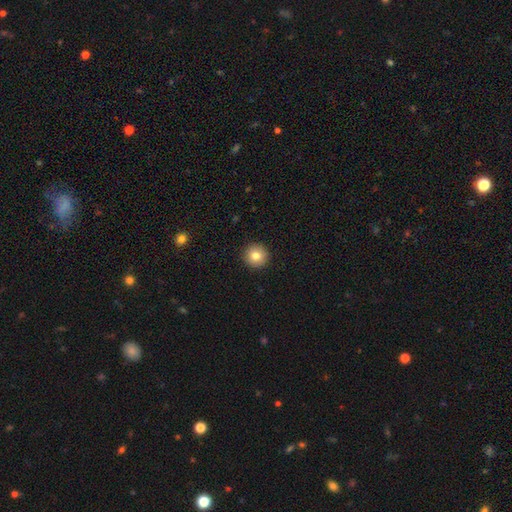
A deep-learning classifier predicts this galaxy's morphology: smooth_or_featured: smooth (p=0.80) [alt: featured or disk p=0.10]
how_rounded: round (p=0.95) [alt: in between p=0.04]
merging: none (p=0.93) [alt: minor disturbance p=0.05]